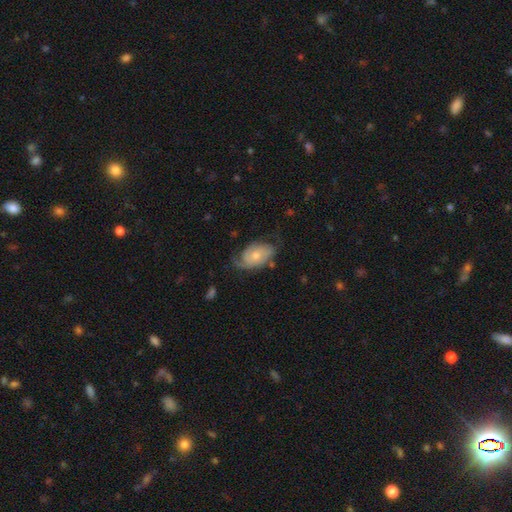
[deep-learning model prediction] This is likely a featured or disk galaxy (61%). It is clearly not viewed edge-on (95%). Bar: likely no (76%). Spiral arm pattern: clearly yes (85%). Central bulge: possibly moderate (47%). Merging: possibly none (51%).